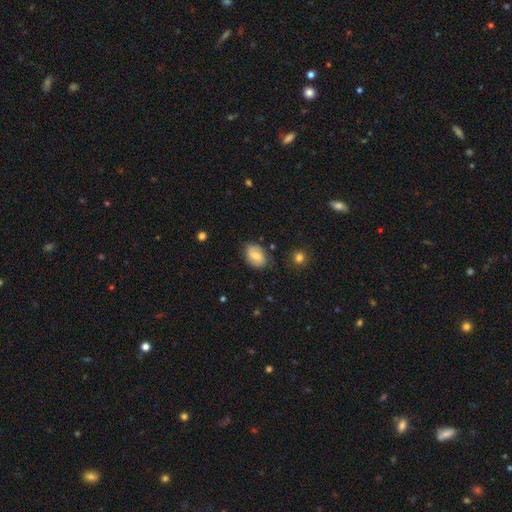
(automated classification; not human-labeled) Smooth or featured: smooth — 60% (featured or disk — 33%)
How rounded: in between — 80% (round — 19%)
Merging: none — 77% (minor disturbance — 17%)